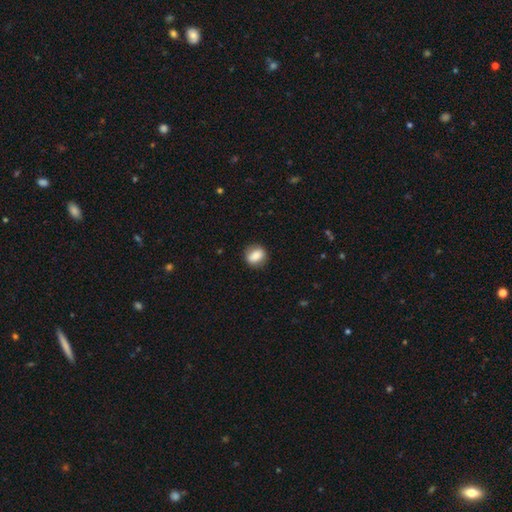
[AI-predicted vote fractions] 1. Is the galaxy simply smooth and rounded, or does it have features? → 80% smooth, 13% featured or disk, 8% star or artifact.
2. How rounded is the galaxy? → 56% round, 42% in between, 2% cigar-shaped.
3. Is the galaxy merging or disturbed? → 86% none, 10% minor disturbance, 3% major disturbance, 1% merger.